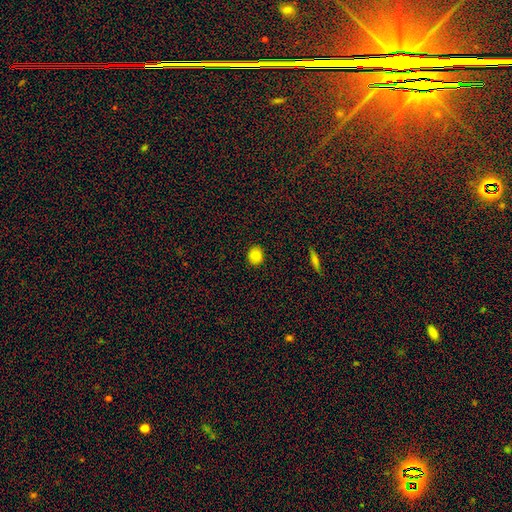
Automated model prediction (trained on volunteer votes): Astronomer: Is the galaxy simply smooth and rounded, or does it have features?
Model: smooth — 81%.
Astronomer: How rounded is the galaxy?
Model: round — 78%.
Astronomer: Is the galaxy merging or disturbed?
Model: none — 91%.